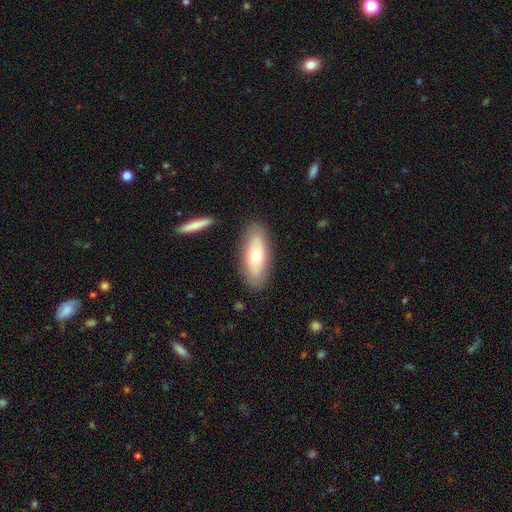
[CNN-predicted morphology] Smooth or featured: smooth — 59% (featured or disk — 35%)
How rounded: in between — 73% (cigar-shaped — 25%)
Merging: none — 85% (minor disturbance — 10%)